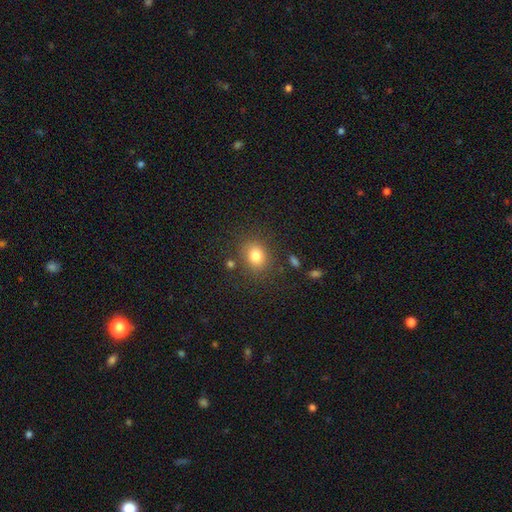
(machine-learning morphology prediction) Smooth or featured? Predicted: smooth (p=0.80). How rounded? Predicted: round (p=0.58). Merging? Predicted: none (p=0.79).